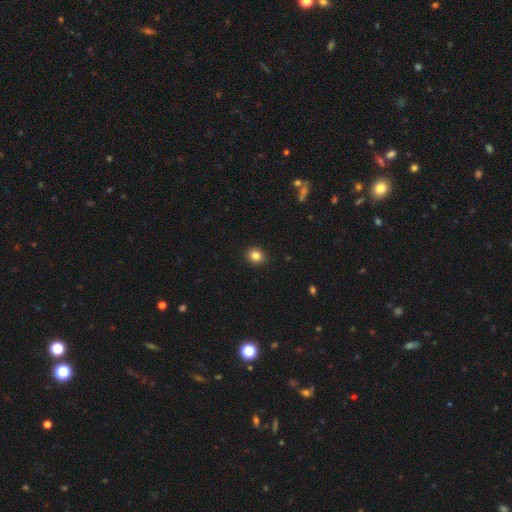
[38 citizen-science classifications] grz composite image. It shows a smooth galaxy with no disk features (95%) that is round (89%). Merging: none (95%).